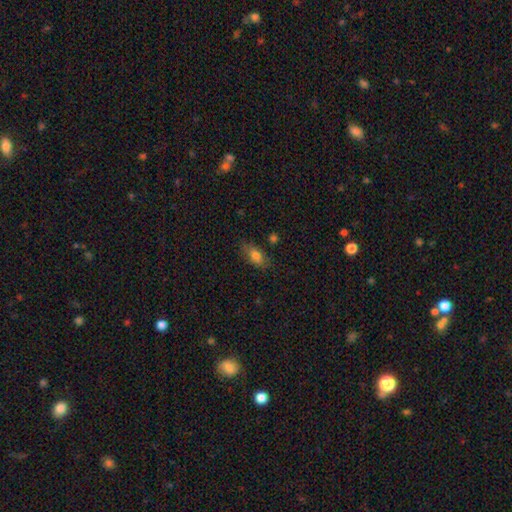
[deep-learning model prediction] smooth 79%, featured or disk 12%, star or artifact 9%. Down the decision tree: how rounded — in between (85%); merging — none (75%).